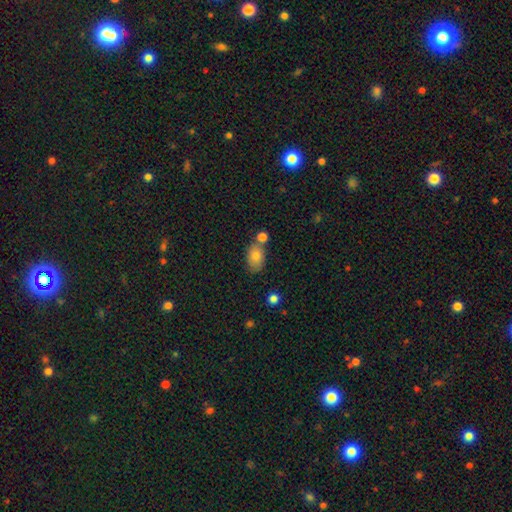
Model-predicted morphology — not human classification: This is clearly a smooth galaxy (80%). How rounded: clearly in between (83%). Merging: possibly none (58%).